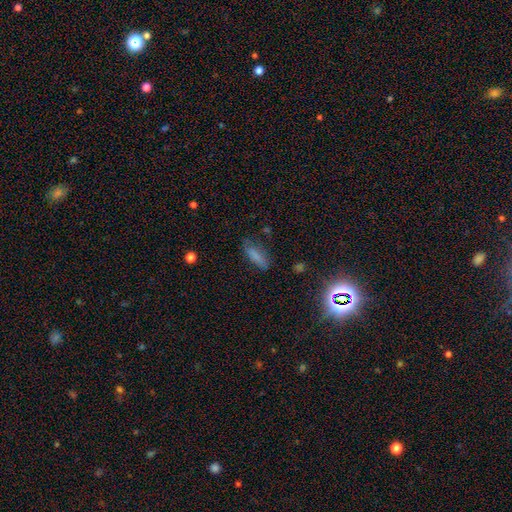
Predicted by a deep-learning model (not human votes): Overall: smooth (76%). How rounded: cigar-shaped (50%; in between 47%). Merging: none (68%).